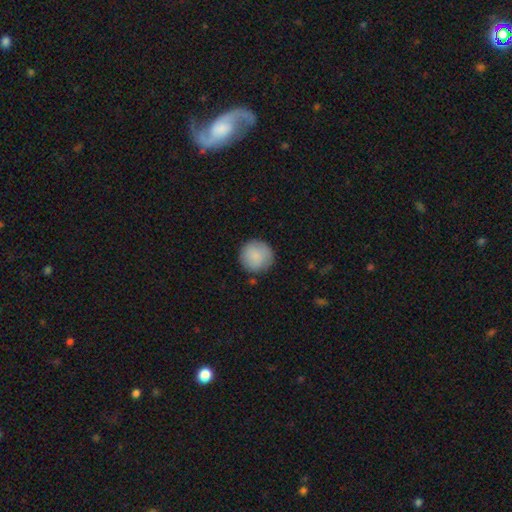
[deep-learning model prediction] Morphology: type=smooth (86%); roundness=round (95%); merging=none (84%).